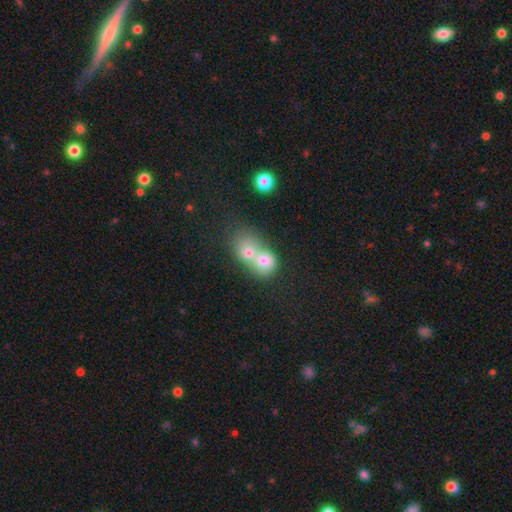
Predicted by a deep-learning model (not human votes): Overall: smooth (62%; featured or disk 24%). How rounded: round (63%; in between 36%). Merging: merger (74%).